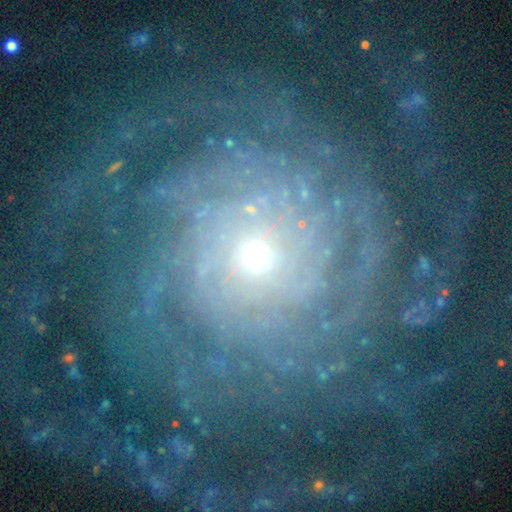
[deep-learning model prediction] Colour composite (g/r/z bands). It shows a featured or disk galaxy (89%) with no bar (77%), more than 4 (24%, tied with can't tell) tight (74%) spiral arms (97%) and a small central bulge (61%). Merging: none (75%).